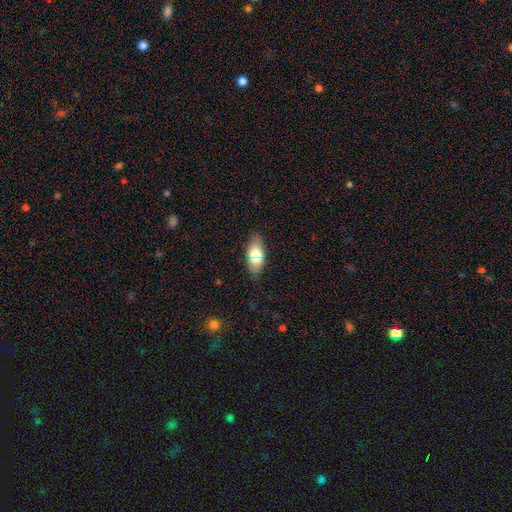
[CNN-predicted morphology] smooth_or_featured: smooth (p=0.74) [alt: featured or disk p=0.19]
how_rounded: in between (p=0.85) [alt: cigar-shaped p=0.12]
merging: none (p=0.84) [alt: minor disturbance p=0.12]